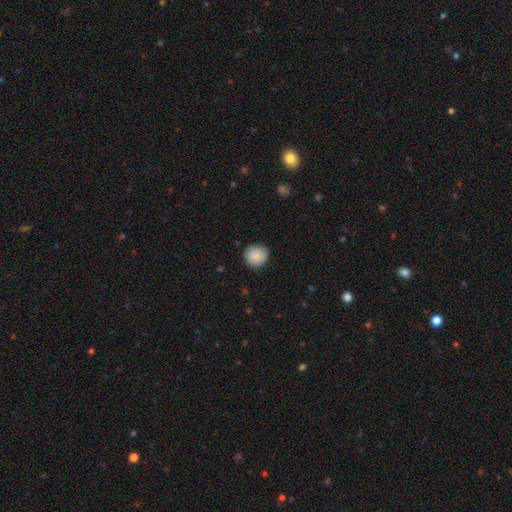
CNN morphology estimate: A smooth galaxy with no disk features (88%) that is round (91%).

Vote fractions:
- Smooth or featured? smooth: 88% / star or artifact: 7% / featured or disk: 5%
- How rounded? round: 91% / in between: 8% / cigar-shaped: 1%
- Merging? none: 87% / minor disturbance: 9% / major disturbance: 2% / merger: 1%